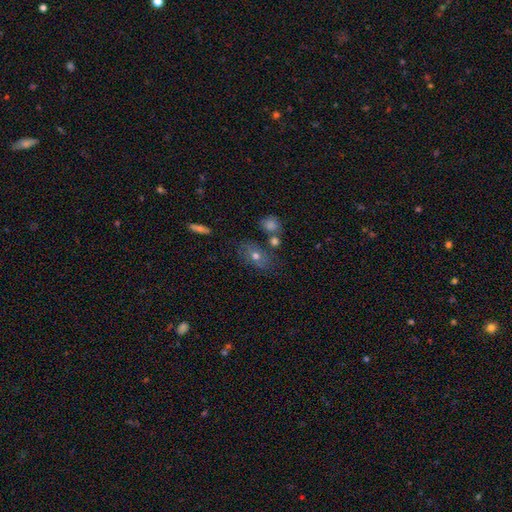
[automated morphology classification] smooth-or-featured: smooth: 59% | featured or disk: 26% | star or artifact: 15%
  how-rounded: in between: 72% | round: 24% | cigar-shaped: 4%
  merging: none: 66% | minor disturbance: 16% | merger: 12% | major disturbance: 6%